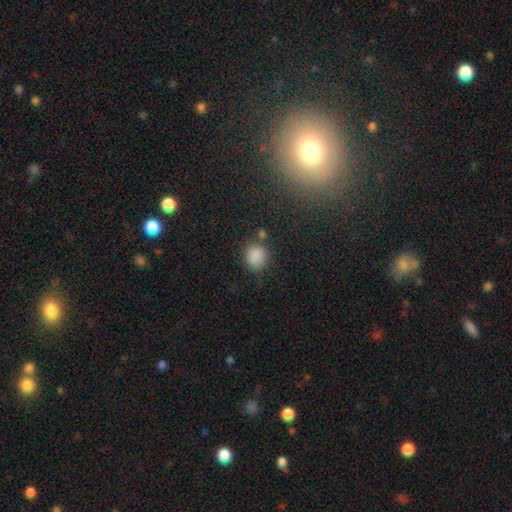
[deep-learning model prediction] Smooth or featured: smooth — 85% (star or artifact — 11%)
How rounded: round — 76% (in between — 23%)
Merging: none — 75% (minor disturbance — 14%)